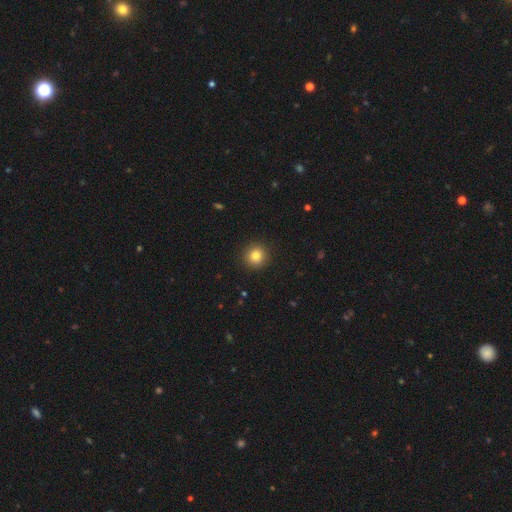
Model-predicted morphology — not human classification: Q: Smooth or featured?
A: smooth (83%); runner-up: star or artifact (11%)
Q: How rounded?
A: round (93%); runner-up: in between (6%)
Q: Merging?
A: none (92%); runner-up: minor disturbance (5%)